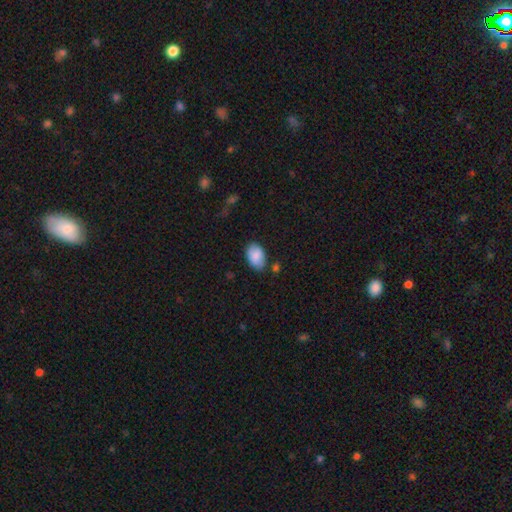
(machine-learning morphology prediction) Q: Smooth or featured?
A: smooth (86%); runner-up: featured or disk (8%)
Q: How rounded?
A: in between (91%); runner-up: round (8%)
Q: Merging?
A: none (76%); runner-up: minor disturbance (17%)